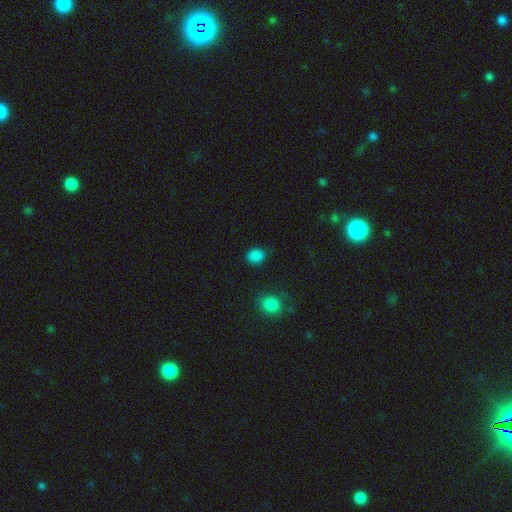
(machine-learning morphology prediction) Overall: smooth (84%). How rounded: round (50%; in between 49%). Merging: none (83%).